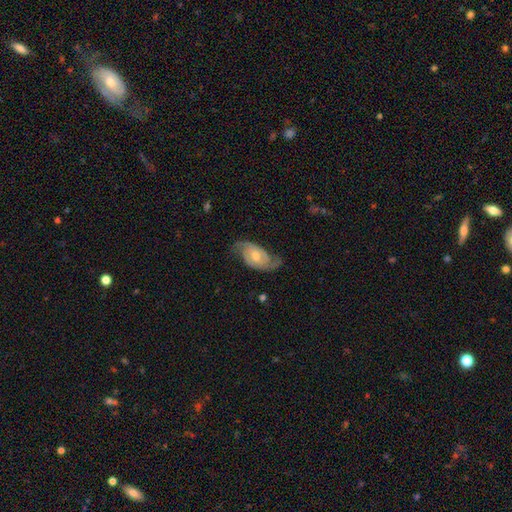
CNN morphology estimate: This is clearly a featured or disk galaxy (86%). It is clearly not viewed edge-on (96%). Bar: possibly no (56%). Spiral arm pattern: clearly yes (97%). Spiral arm count: clearly 2 (88%). Spiral winding: marginally medium (44%). Central bulge: likely moderate (67%). Merging: likely none (74%).